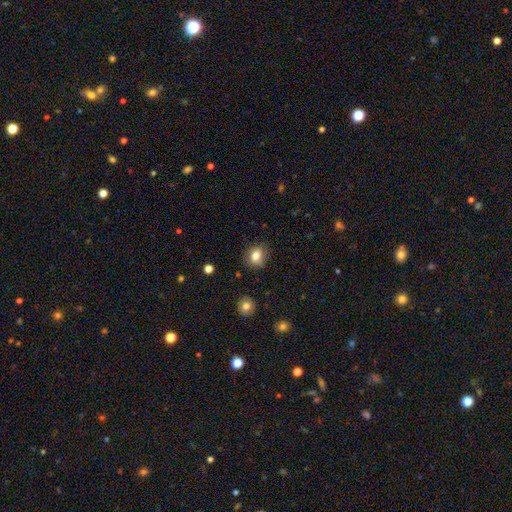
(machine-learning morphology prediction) Q: Smooth or featured?
A: smooth (81%); runner-up: star or artifact (11%)
Q: How rounded?
A: round (65%); runner-up: in between (34%)
Q: Merging?
A: none (86%); runner-up: minor disturbance (11%)